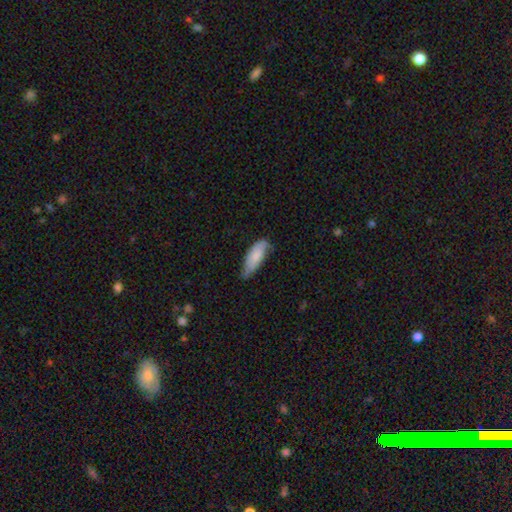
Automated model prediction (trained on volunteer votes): smooth_or_featured: smooth (p=0.74) [alt: featured or disk p=0.20]
how_rounded: in between (p=0.69) [alt: cigar-shaped p=0.29]
merging: none (p=0.49) [alt: minor disturbance p=0.41]